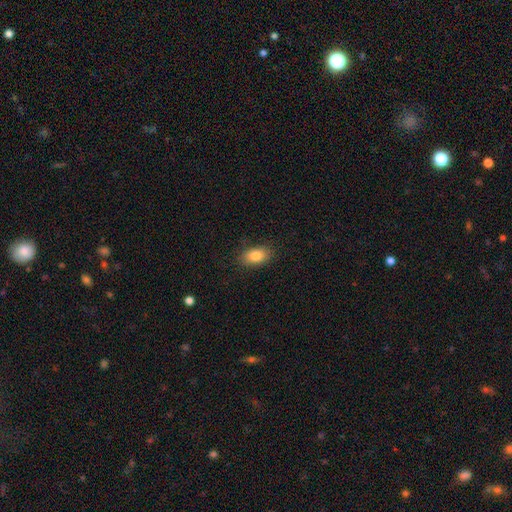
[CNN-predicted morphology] The model was most divided on "smooth or featured": smooth: 83%, featured or disk: 9%, star or artifact: 8%. More confident: how rounded — in between (88%); merging — none (86%).